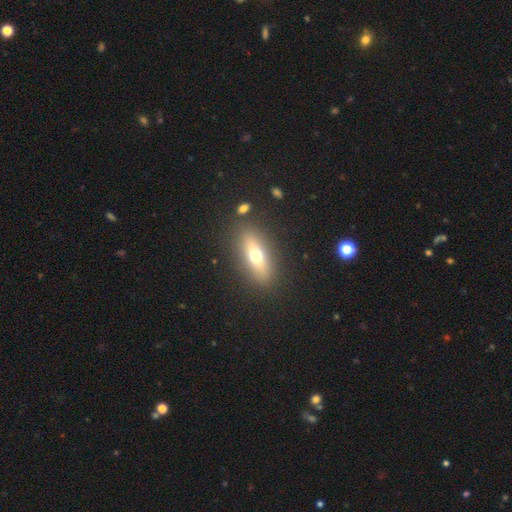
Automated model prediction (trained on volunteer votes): A smooth galaxy with no disk features (58%) that is in between round and cigar-shaped (61%). Merging: none (85%).